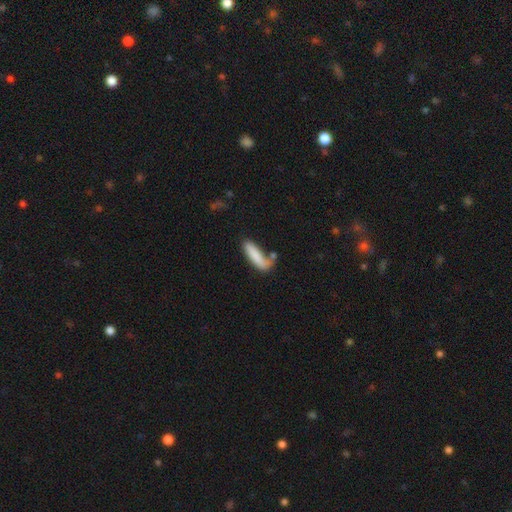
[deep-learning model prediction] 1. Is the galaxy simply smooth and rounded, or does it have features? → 79% smooth, 15% featured or disk, 6% star or artifact.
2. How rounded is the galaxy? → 65% cigar-shaped, 33% in between, 2% round.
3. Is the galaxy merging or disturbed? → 47% none, 22% minor disturbance, 18% merger, 12% major disturbance.